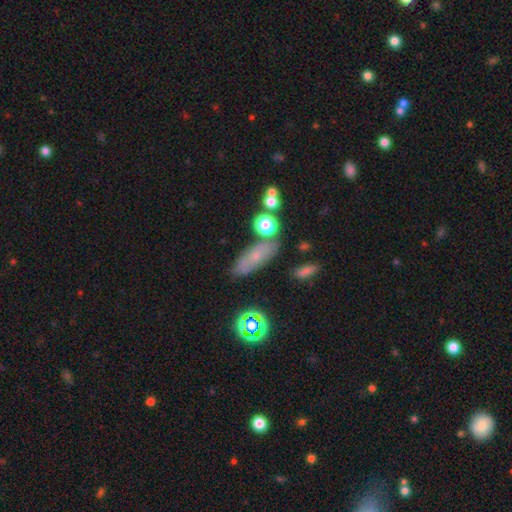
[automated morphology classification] Overall: smooth (54%; featured or disk 26%). How rounded: in between (61%; cigar-shaped 29%). Merging: none (71%).